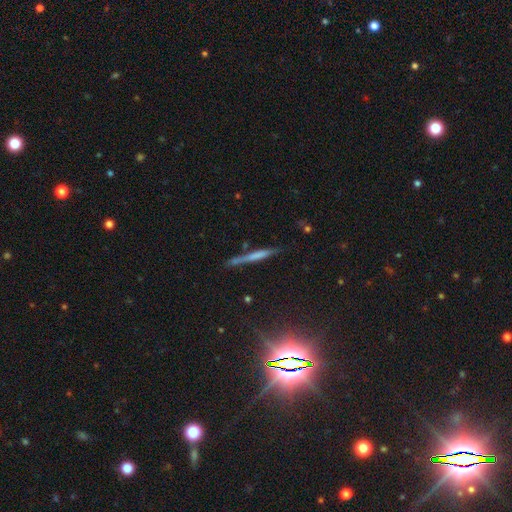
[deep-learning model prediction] This is possibly a smooth galaxy (46%). Merging: likely none (77%).